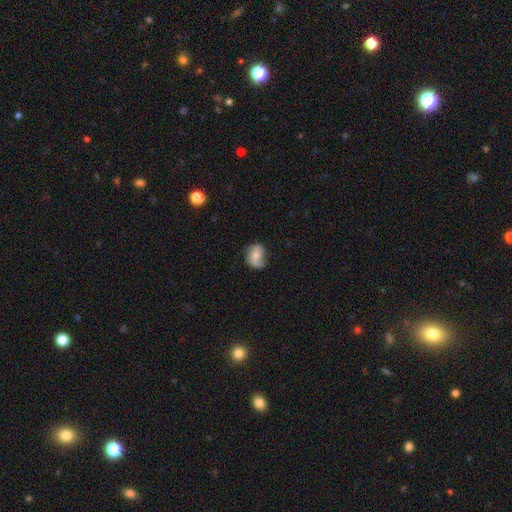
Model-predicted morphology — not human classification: Smooth or featured: featured or disk — 48% (smooth — 44%)
Merging: none — 64% (minor disturbance — 26%)